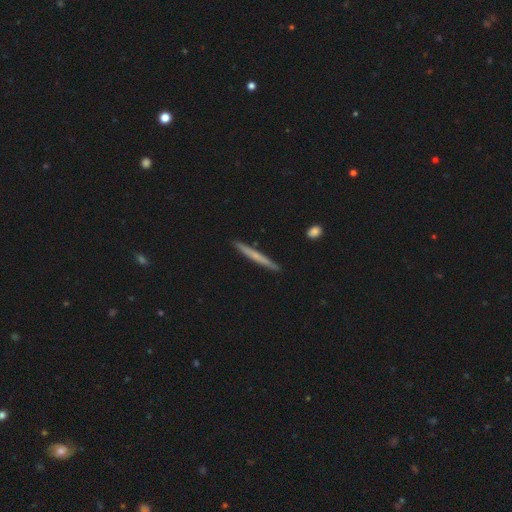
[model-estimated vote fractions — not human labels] Morphology: type=smooth (50%); roundness=cigar-shaped (97%); merging=none (91%).